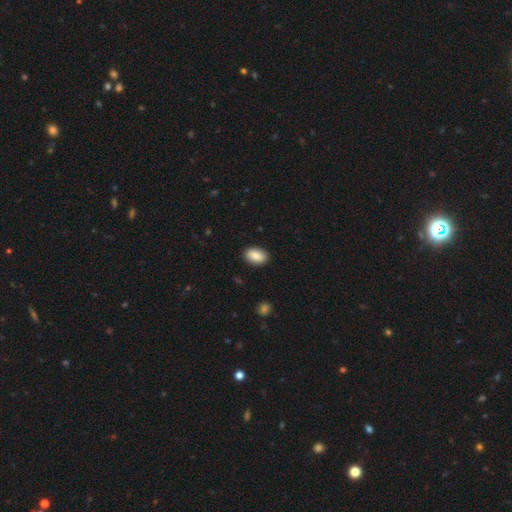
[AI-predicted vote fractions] smooth-or-featured: smooth: 84% | featured or disk: 9% | star or artifact: 7%
  how-rounded: in between: 89% | round: 9% | cigar-shaped: 1%
  merging: none: 90% | minor disturbance: 8% | major disturbance: 2% | merger: 1%